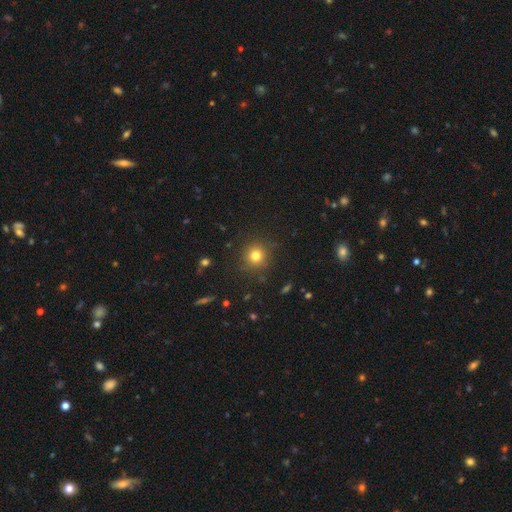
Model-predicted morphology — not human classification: Smooth or featured? smooth (78%)
How rounded? round (93%)
Merging? none (88%)